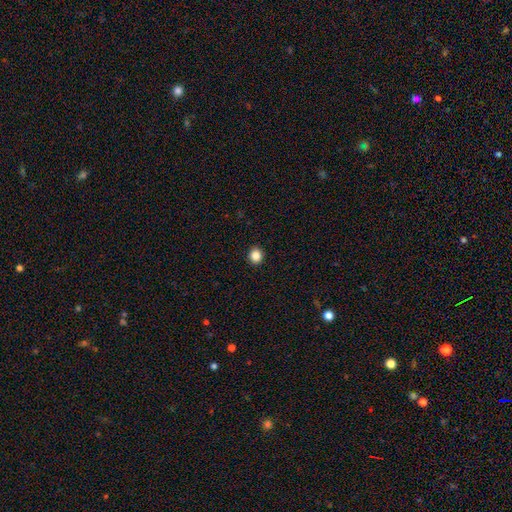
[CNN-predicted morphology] Smooth or featured: smooth — 86% (star or artifact — 10%)
How rounded: round — 84% (in between — 15%)
Merging: none — 93% (minor disturbance — 5%)